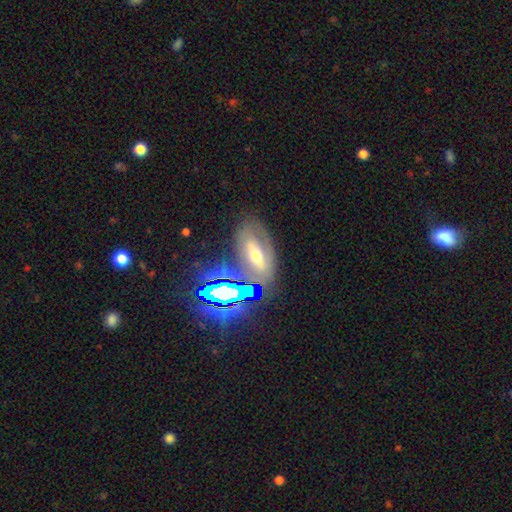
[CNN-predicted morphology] A featured or disk galaxy (46%). Merging: none (67%).